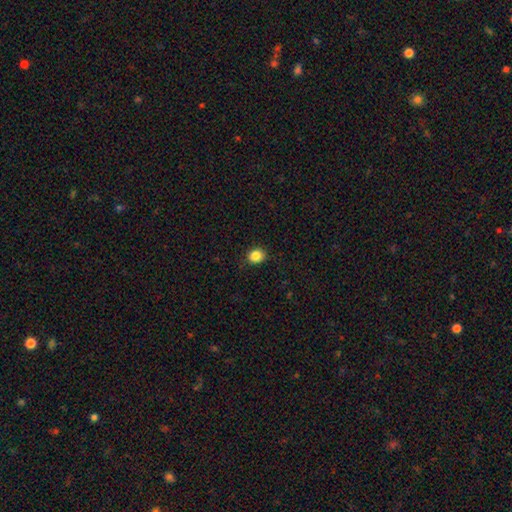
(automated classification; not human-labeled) Morphology: type=smooth (86%); roundness=round (67%); merging=none (86%).